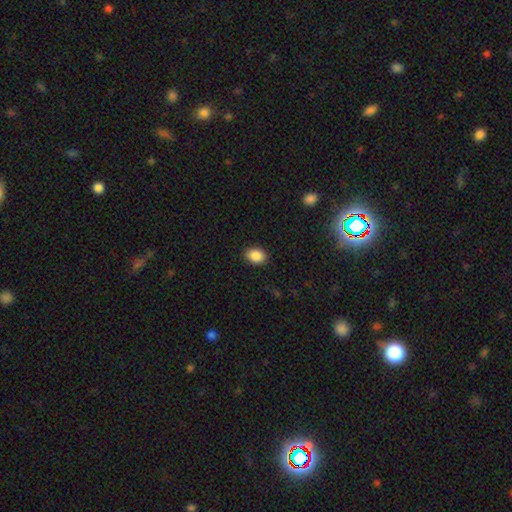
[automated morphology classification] Smooth or featured? smooth (89%)
How rounded? in between (74%)
Merging? none (89%)